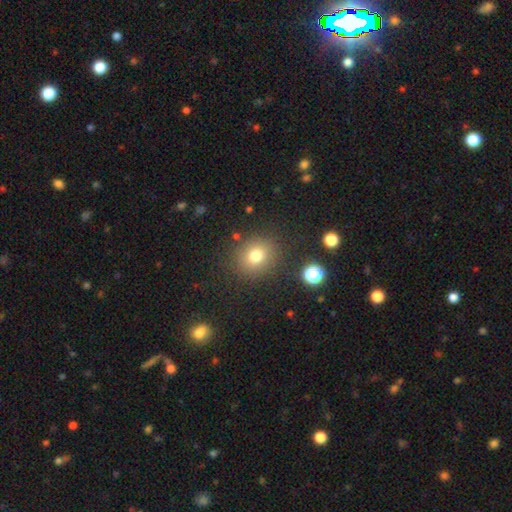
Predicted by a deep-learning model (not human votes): Smooth or featured: smooth — 76% (star or artifact — 15%)
How rounded: round — 78% (in between — 21%)
Merging: none — 85% (minor disturbance — 9%)